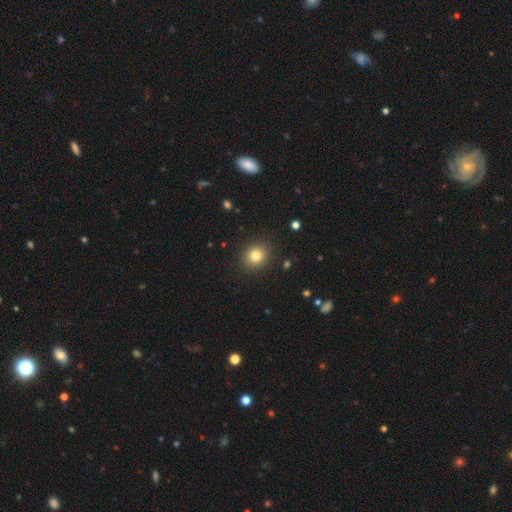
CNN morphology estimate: The model was most divided on "how rounded": round: 77%, in between: 23%, cigar-shaped: 1%. More confident: merging — none (89%); smooth or featured — smooth (81%).